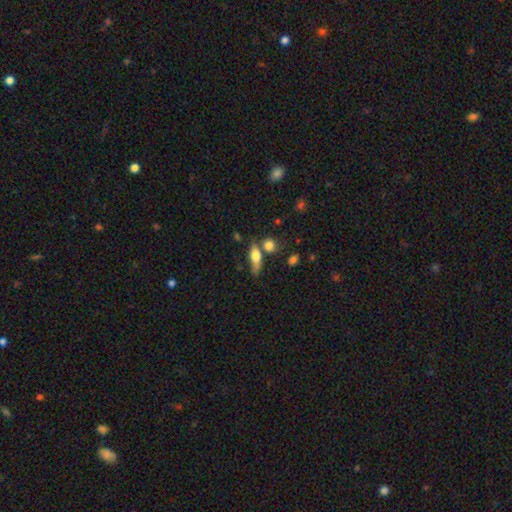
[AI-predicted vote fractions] This is likely a smooth galaxy (69%). How rounded: likely in between (62%). Merging: marginally none (42%).